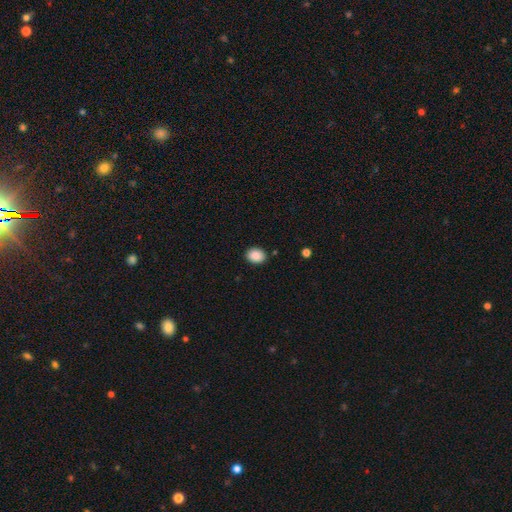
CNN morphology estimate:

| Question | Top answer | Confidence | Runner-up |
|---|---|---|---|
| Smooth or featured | smooth | 89% | star or artifact (8%) |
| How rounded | in between | 55% | round (44%) |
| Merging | none | 88% | minor disturbance (8%) |